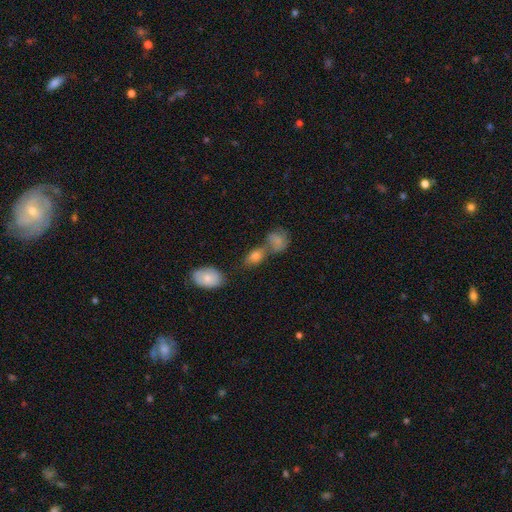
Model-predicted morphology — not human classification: Smooth or featured? smooth (69%)
How rounded? in between (77%)
Merging? none (42%)